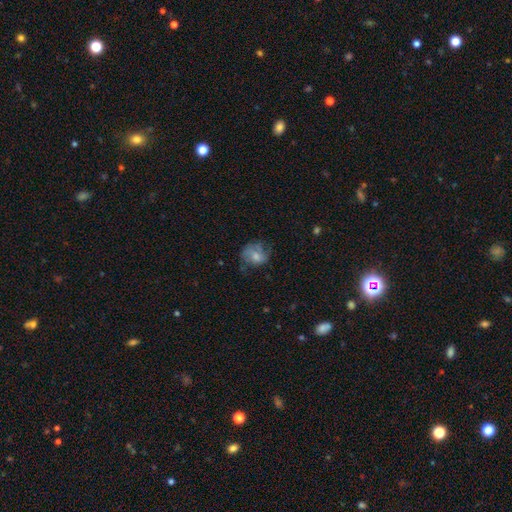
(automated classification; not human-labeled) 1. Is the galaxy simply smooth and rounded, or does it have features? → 46% smooth, 45% featured or disk, 9% star or artifact.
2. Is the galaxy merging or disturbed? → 56% none, 26% minor disturbance, 16% major disturbance, 2% merger.